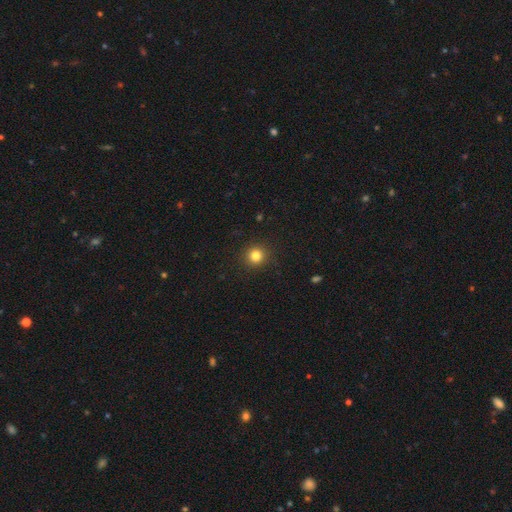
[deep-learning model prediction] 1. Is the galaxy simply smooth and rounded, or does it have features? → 82% smooth, 13% star or artifact, 5% featured or disk.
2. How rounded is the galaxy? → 93% round, 6% in between, 1% cigar-shaped.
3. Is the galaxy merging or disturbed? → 92% none, 5% minor disturbance, 2% major disturbance, 1% merger.